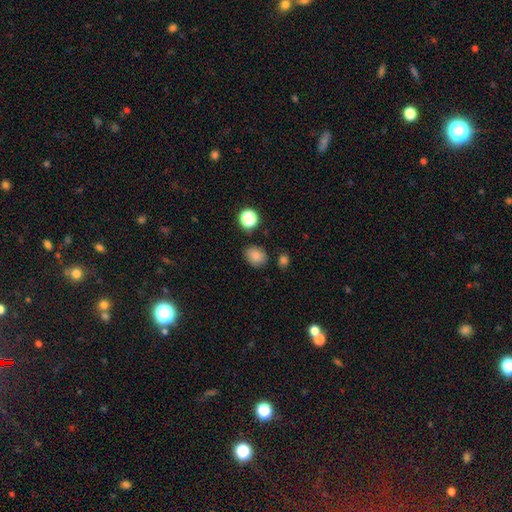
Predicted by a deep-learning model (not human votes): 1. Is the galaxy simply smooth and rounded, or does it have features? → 81% smooth, 13% star or artifact, 7% featured or disk.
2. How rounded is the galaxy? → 52% round, 47% in between, 1% cigar-shaped.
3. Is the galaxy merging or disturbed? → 77% none, 15% minor disturbance, 4% merger, 4% major disturbance.